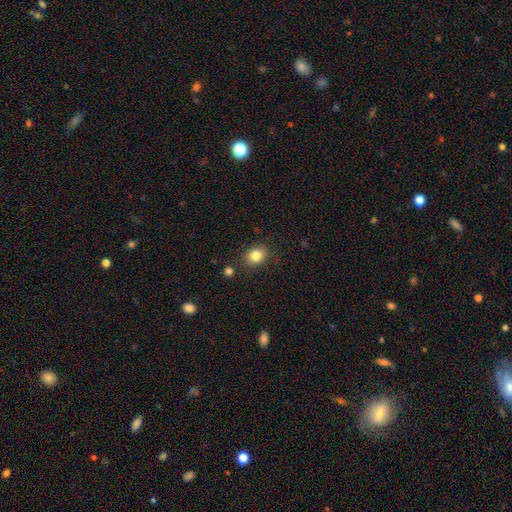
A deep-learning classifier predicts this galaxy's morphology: This is clearly a smooth galaxy (83%). How rounded: possibly round (58%). Merging: clearly none (83%).